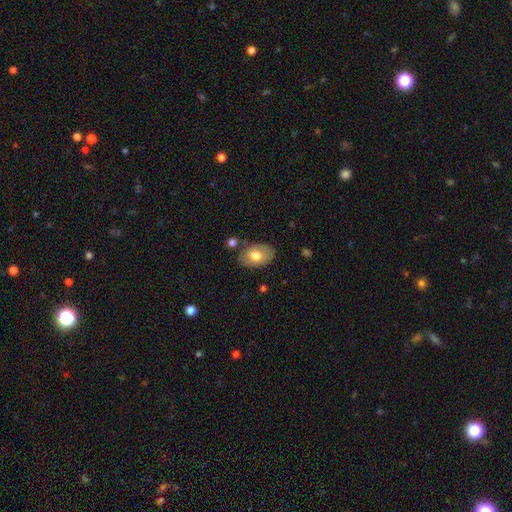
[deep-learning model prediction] Morphology: type=smooth (71%); roundness=in between (86%); merging=none (77%).